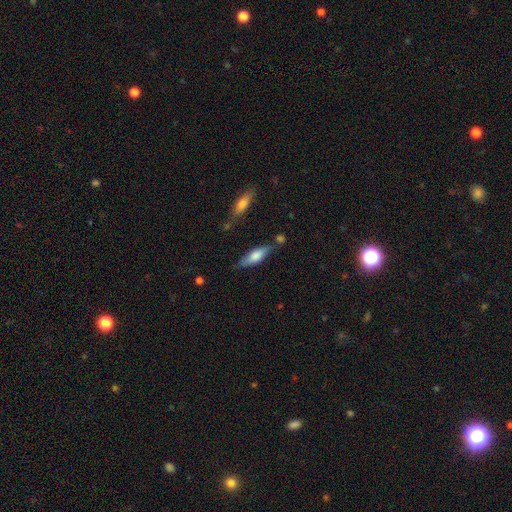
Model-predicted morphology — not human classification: Smooth or featured?
  - smooth: 61% *
  - featured or disk: 33%
  - star or artifact: 6%
How rounded?
  - cigar-shaped: 51% *
  - in between: 47%
  - round: 2%
Merging?
  - none: 71% *
  - minor disturbance: 18%
  - merger: 7%
  - major disturbance: 4%